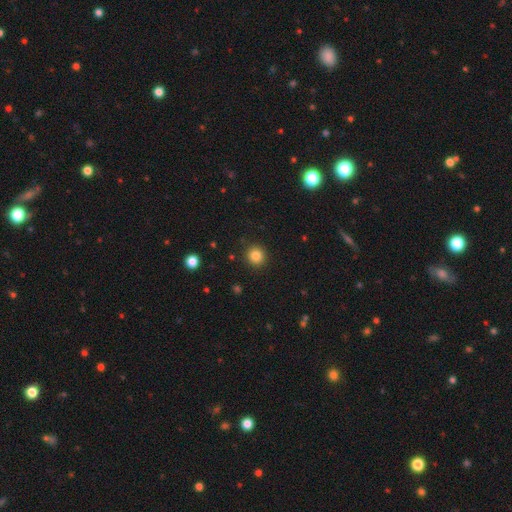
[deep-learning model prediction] This appears to be a smooth galaxy with no disk features (84%) that is round (94%). Merging: none (91%).